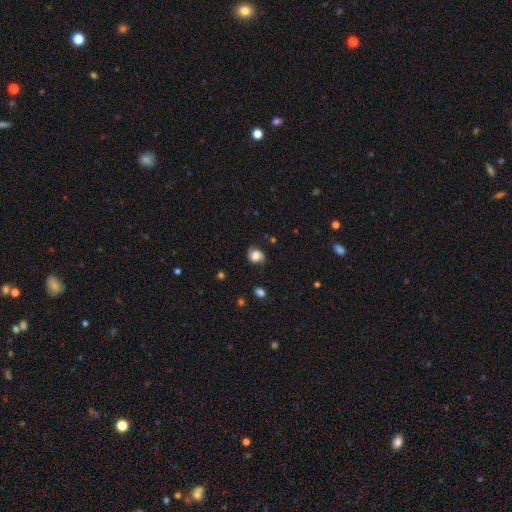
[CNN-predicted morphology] smooth_or_featured: smooth (p=0.60) [alt: featured or disk p=0.29]
how_rounded: round (p=0.64) [alt: in between p=0.35]
merging: none (p=0.69) [alt: minor disturbance p=0.22]